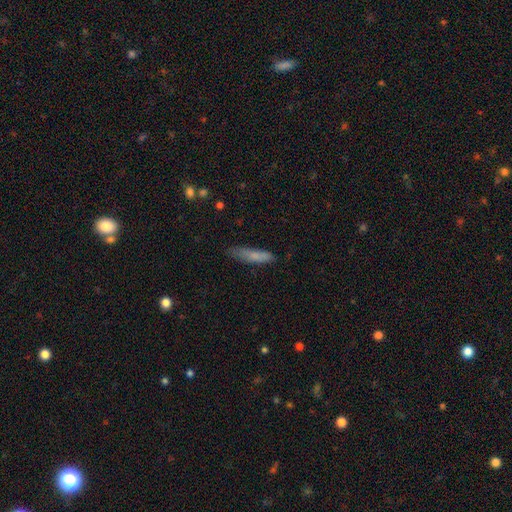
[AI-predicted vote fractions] Smooth or featured?
  - smooth: 78% *
  - featured or disk: 15%
  - star or artifact: 7%
How rounded?
  - cigar-shaped: 79% *
  - in between: 19%
  - round: 2%
Merging?
  - none: 67% *
  - minor disturbance: 25%
  - major disturbance: 6%
  - merger: 2%